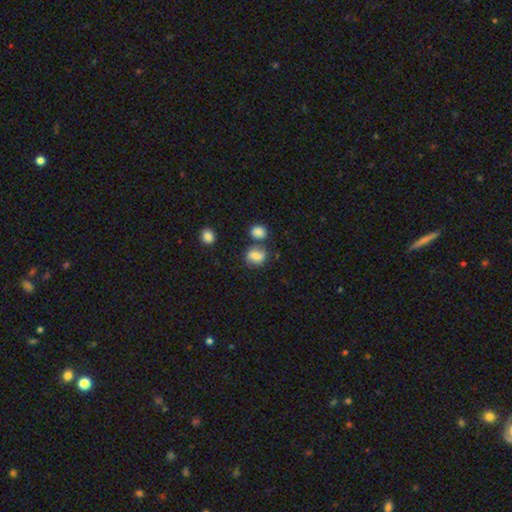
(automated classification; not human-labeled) Smooth or featured: smooth — 71% (featured or disk — 18%)
How rounded: round — 52% (in between — 46%)
Merging: none — 56% (merger — 19%)